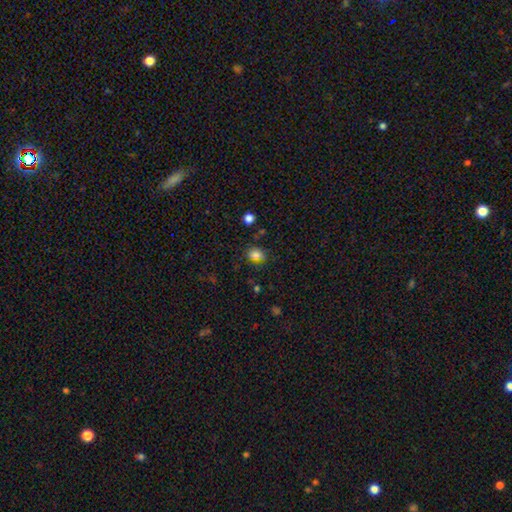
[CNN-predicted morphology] Smooth or featured: smooth — 81% (star or artifact — 13%)
How rounded: in between — 51% (round — 48%)
Merging: none — 72% (minor disturbance — 18%)